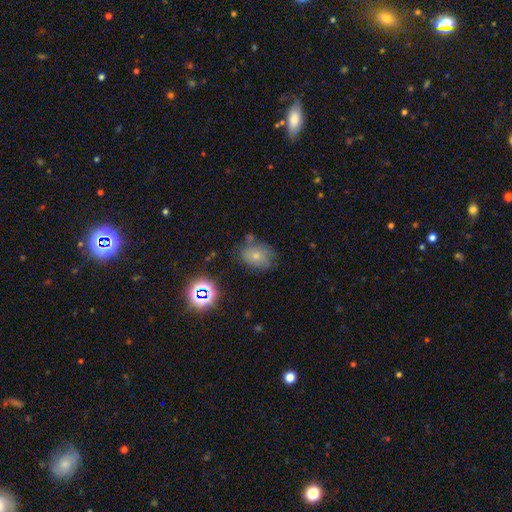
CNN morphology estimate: This appears to be a smooth galaxy with no disk features (57%) that is in between round and cigar-shaped (52%). Merging: none (60%).